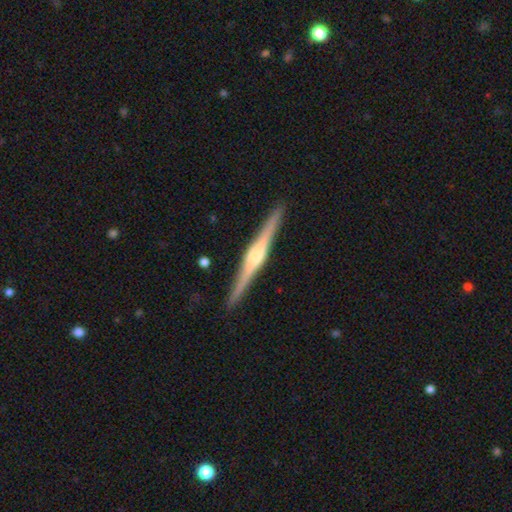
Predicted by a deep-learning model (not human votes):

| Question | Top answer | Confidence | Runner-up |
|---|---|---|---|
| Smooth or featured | featured or disk | 82% | smooth (13%) |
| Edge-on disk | yes | 98% | no (2%) |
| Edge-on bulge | rounded | 77% | boxy (17%) |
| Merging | none | 92% | minor disturbance (6%) |